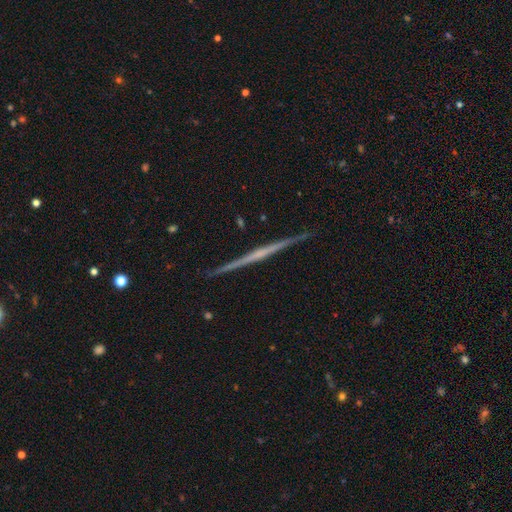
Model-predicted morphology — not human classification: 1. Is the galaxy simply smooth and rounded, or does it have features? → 76% featured or disk, 18% smooth, 6% star or artifact.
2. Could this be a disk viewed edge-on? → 98% yes, 2% no.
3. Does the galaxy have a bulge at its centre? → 69% none, 23% rounded, 8% boxy.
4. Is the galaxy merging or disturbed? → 92% none, 6% minor disturbance, 1% major disturbance, 1% merger.